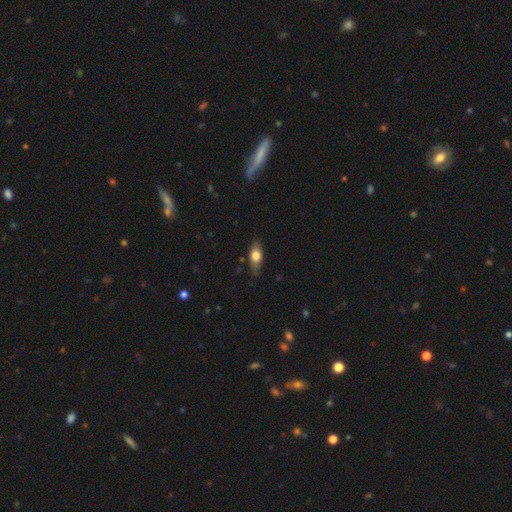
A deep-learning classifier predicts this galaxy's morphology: A smooth galaxy with no disk features (67%) that is in between round and cigar-shaped (77%). Merging: none (77%).